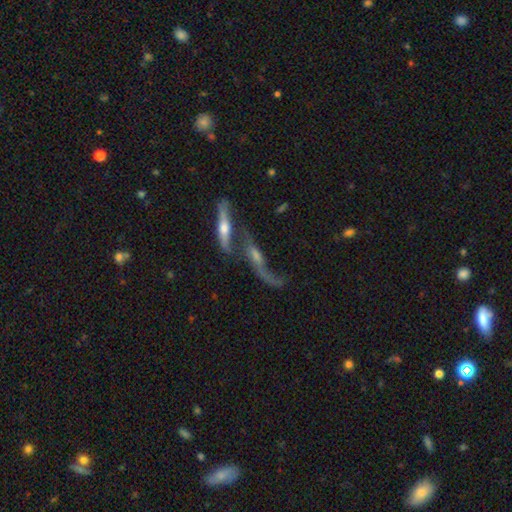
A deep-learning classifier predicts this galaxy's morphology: Q: Smooth or featured?
A: featured or disk (69%); runner-up: smooth (20%)
Q: Edge-on disk?
A: yes (58%); runner-up: no (42%)
Q: Merging?
A: merger (45%); runner-up: none (27%)